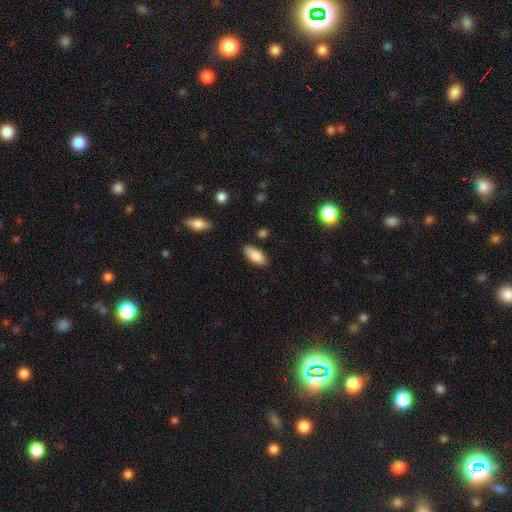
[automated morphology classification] smooth-or-featured: smooth: 84% | featured or disk: 10% | star or artifact: 7%
  how-rounded: in between: 88% | cigar-shaped: 10% | round: 2%
  merging: none: 83% | minor disturbance: 12% | major disturbance: 2% | merger: 2%